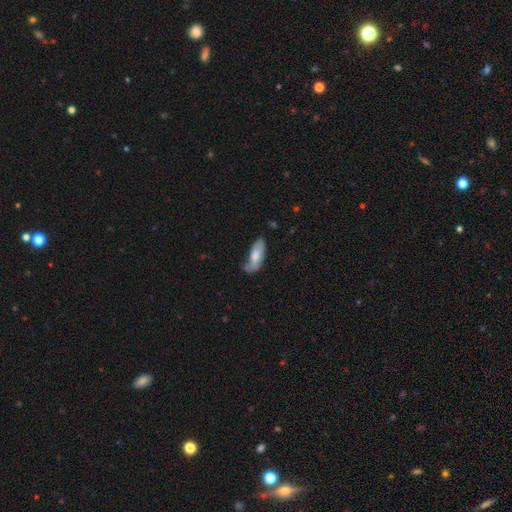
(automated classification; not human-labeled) Smooth or featured? Predicted: smooth (p=0.71). How rounded? Predicted: in between (p=0.78). Merging? Predicted: none (p=0.44).